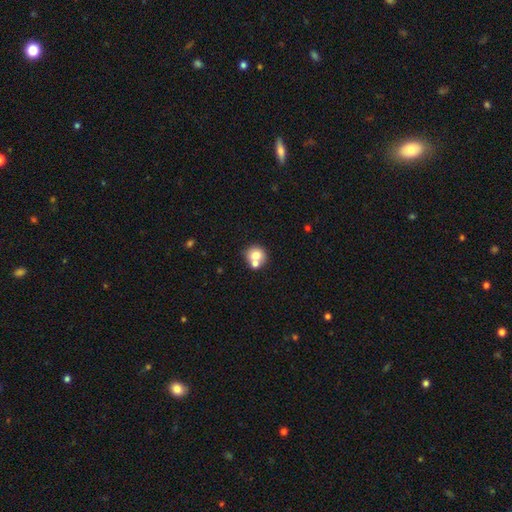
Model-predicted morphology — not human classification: A smooth galaxy with no disk features (73%) that is round (84%). Merging: none (50%).